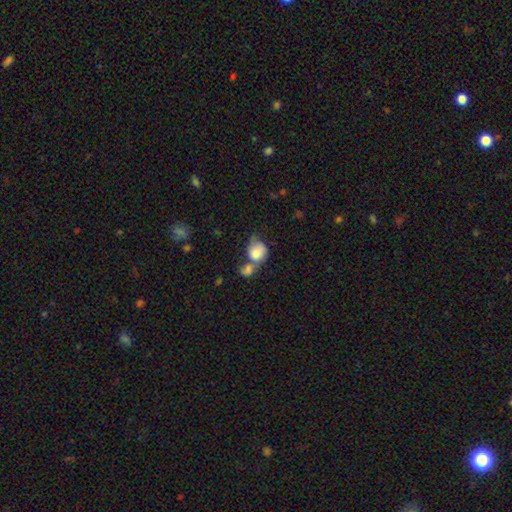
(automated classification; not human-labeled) smooth_or_featured: smooth (p=0.78) [alt: featured or disk p=0.15]
how_rounded: round (p=0.60) [alt: in between p=0.39]
merging: merger (p=0.61) [alt: none p=0.18]